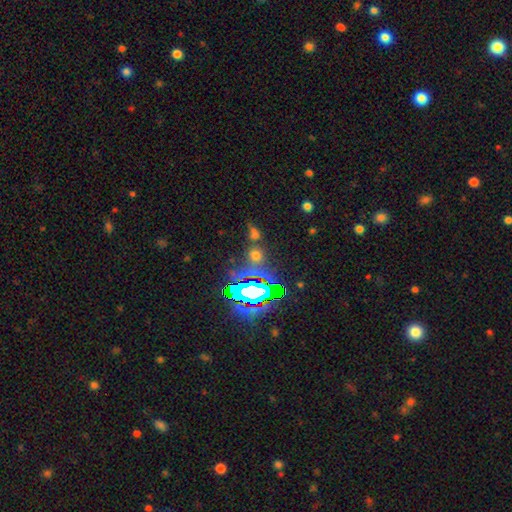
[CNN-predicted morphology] Smooth or featured: smooth — 45% (tied with star or artifact — 45%)
Merging: none — 66% (merger — 16%)